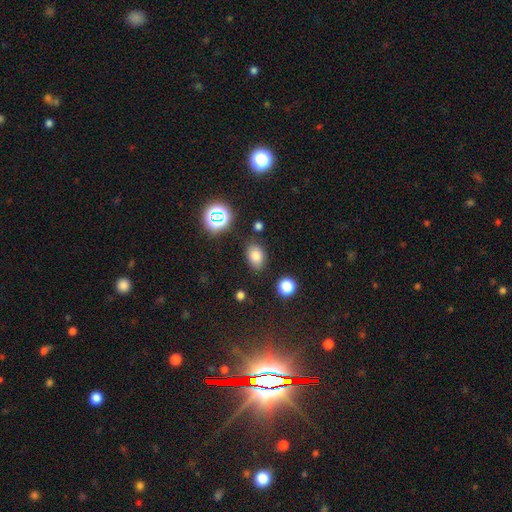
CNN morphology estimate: Q: Smooth or featured?
A: smooth (77%); runner-up: star or artifact (14%)
Q: How rounded?
A: in between (79%); runner-up: round (20%)
Q: Merging?
A: none (81%); runner-up: minor disturbance (12%)